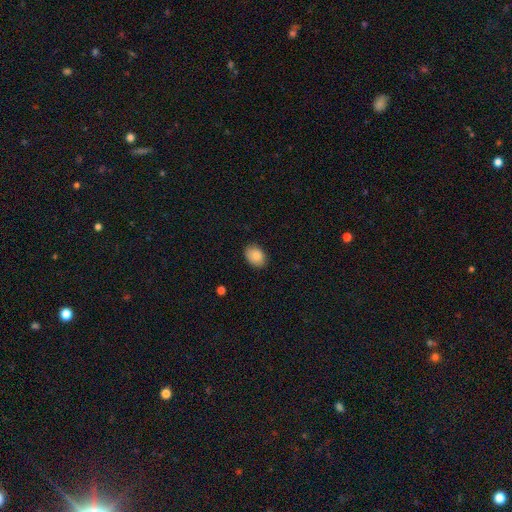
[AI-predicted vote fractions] The model was most divided on "how rounded": in between: 73%, round: 26%, cigar-shaped: 1%. More confident: smooth or featured — smooth (87%); merging — none (85%).